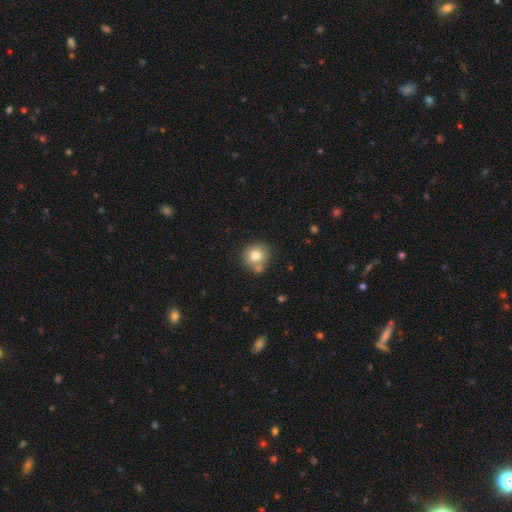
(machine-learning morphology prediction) This is likely a smooth galaxy (77%). How rounded: clearly round (89%). Merging: likely none (65%).